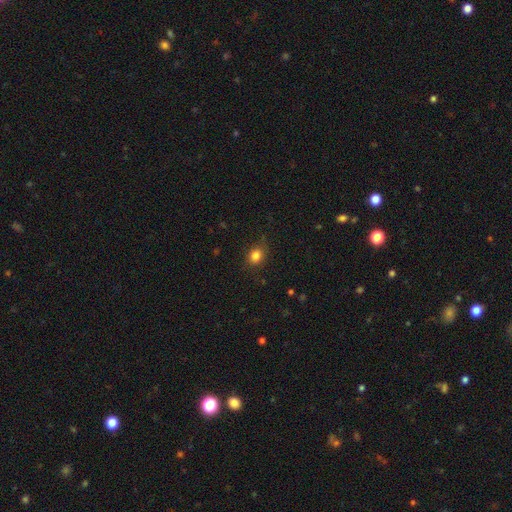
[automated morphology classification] Q: Smooth or featured?
A: smooth (83%); runner-up: star or artifact (12%)
Q: How rounded?
A: round (62%); runner-up: in between (37%)
Q: Merging?
A: none (81%); runner-up: minor disturbance (14%)